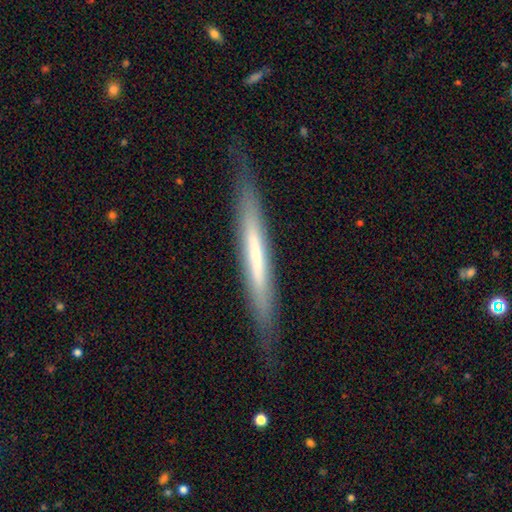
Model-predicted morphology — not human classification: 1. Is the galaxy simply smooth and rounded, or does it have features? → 51% featured or disk, 43% smooth, 6% star or artifact.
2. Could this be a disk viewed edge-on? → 92% yes, 8% no.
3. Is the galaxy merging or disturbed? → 82% none, 13% minor disturbance, 3% major disturbance, 1% merger.